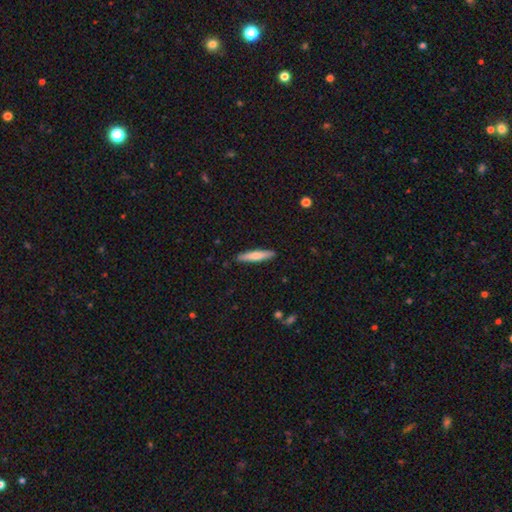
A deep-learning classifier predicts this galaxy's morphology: smooth-or-featured: smooth: 68% | featured or disk: 27% | star or artifact: 5%
  how-rounded: cigar-shaped: 88% | in between: 10% | round: 1%
  merging: none: 90% | minor disturbance: 7% | major disturbance: 1% | merger: 1%